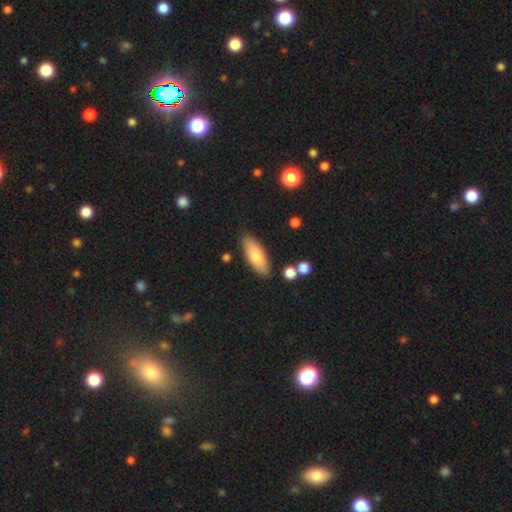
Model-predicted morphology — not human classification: This appears to be a smooth galaxy with no disk features (78%) that is in between round and cigar-shaped (73%). Merging: none (84%).